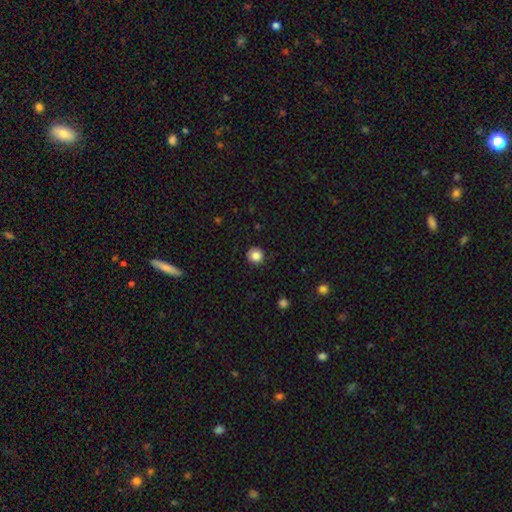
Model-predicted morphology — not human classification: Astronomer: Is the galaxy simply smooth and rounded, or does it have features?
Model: smooth — 85%.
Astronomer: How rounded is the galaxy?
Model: round — 92%.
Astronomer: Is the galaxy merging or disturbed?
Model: none — 88%.